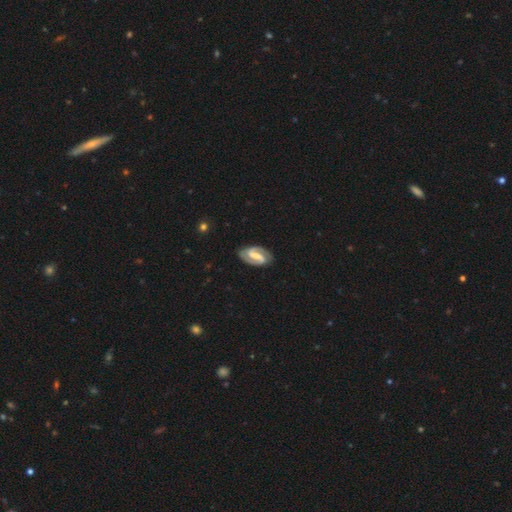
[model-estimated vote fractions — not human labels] Q: Smooth or featured?
A: featured or disk (86%); runner-up: smooth (10%)
Q: Edge-on disk?
A: no (97%); runner-up: yes (3%)
Q: Bar?
A: strong (55%); runner-up: weak (35%)
Q: Spiral arms?
A: yes (96%); runner-up: no (4%)
Q: Spiral winding?
A: medium (48%); runner-up: tight (36%)
Q: Spiral arm count?
A: 2 (92%); runner-up: can't tell (3%)
Q: Bulge size?
A: small (34%); runner-up: moderate (32%)
Q: Merging?
A: none (84%); runner-up: minor disturbance (12%)